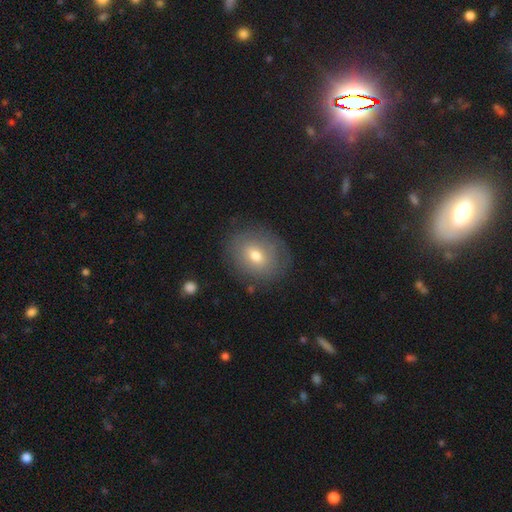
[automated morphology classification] Q: Smooth or featured?
A: smooth (61%); runner-up: featured or disk (29%)
Q: How rounded?
A: round (54%); runner-up: in between (45%)
Q: Merging?
A: none (79%); runner-up: minor disturbance (14%)